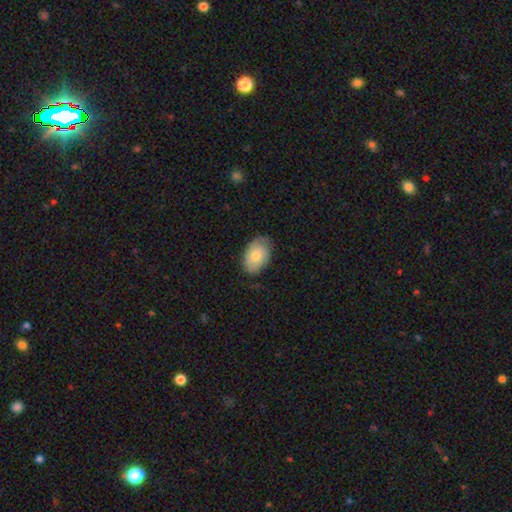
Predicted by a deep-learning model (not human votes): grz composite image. It shows a smooth galaxy with no disk features (72%) that is in between round and cigar-shaped (88%). Merging: none (72%).